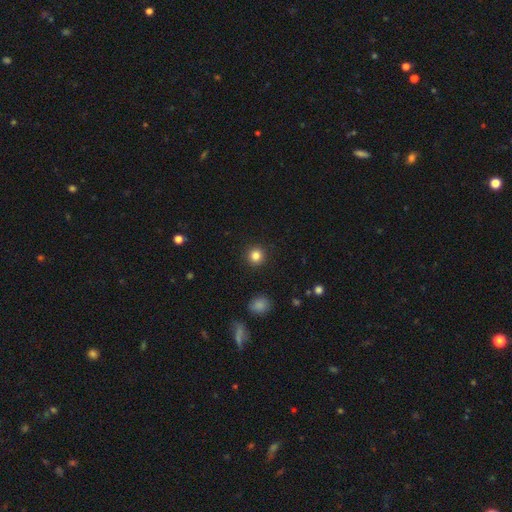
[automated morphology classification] Overall: smooth (84%). How rounded: round (94%). Merging: none (92%).